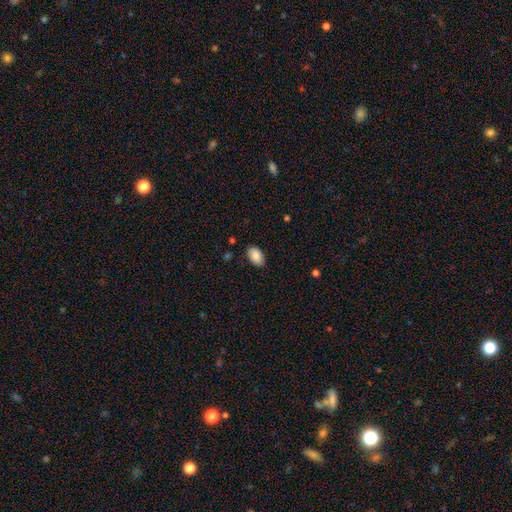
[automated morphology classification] This is clearly a smooth galaxy (87%). How rounded: clearly in between (93%). Merging: clearly none (85%).